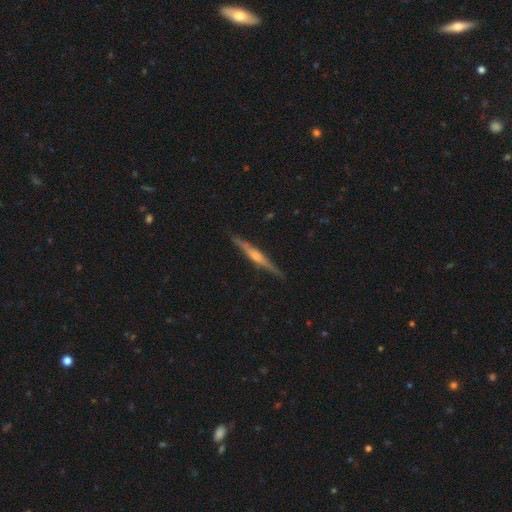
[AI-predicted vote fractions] This appears to be a featured or disk galaxy (75%) viewed edge-on (98%) with a rounded central bulge (66%). Merging: none (89%).